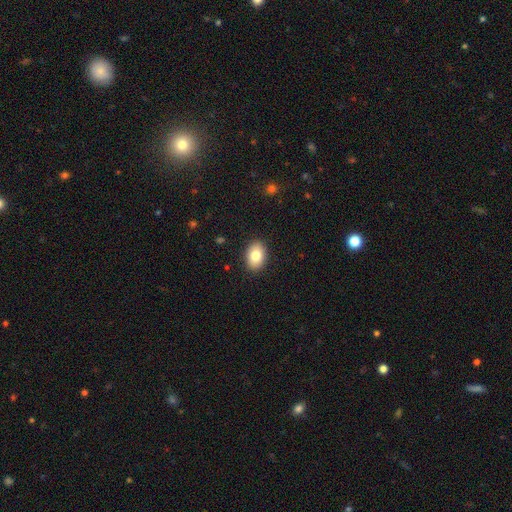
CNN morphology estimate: Q: Smooth or featured?
A: smooth (81%); runner-up: featured or disk (11%)
Q: How rounded?
A: in between (83%); runner-up: round (15%)
Q: Merging?
A: none (90%); runner-up: minor disturbance (7%)